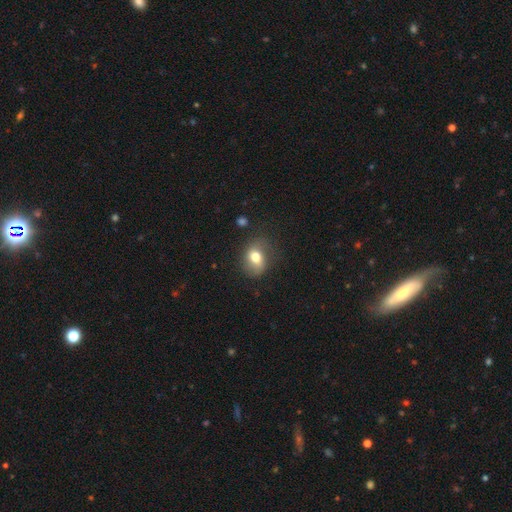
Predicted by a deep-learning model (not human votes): Q: Smooth or featured?
A: smooth (71%); runner-up: featured or disk (19%)
Q: How rounded?
A: in between (60%); runner-up: round (39%)
Q: Merging?
A: none (62%); runner-up: minor disturbance (25%)